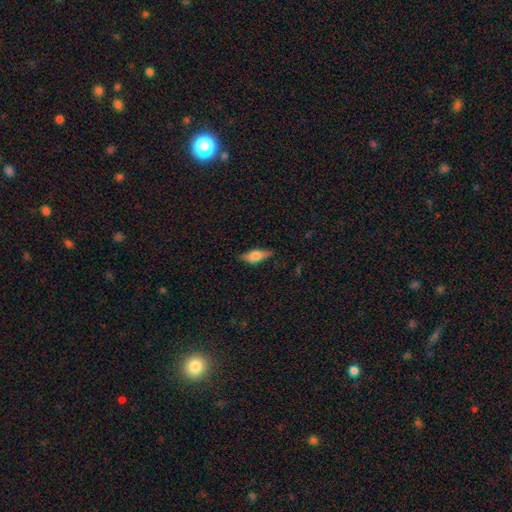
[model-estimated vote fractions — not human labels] Smooth or featured? smooth (57%)
How rounded? in between (66%)
Merging? none (79%)